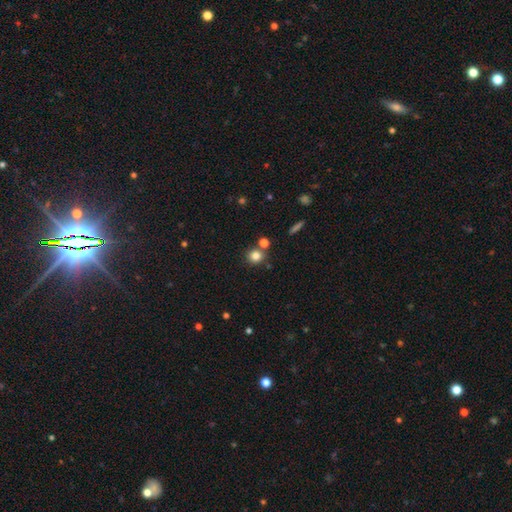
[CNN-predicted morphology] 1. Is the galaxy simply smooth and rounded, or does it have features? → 81% smooth, 12% star or artifact, 7% featured or disk.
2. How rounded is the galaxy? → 89% round, 10% in between, 1% cigar-shaped.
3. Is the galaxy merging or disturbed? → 73% none, 16% merger, 8% minor disturbance, 3% major disturbance.